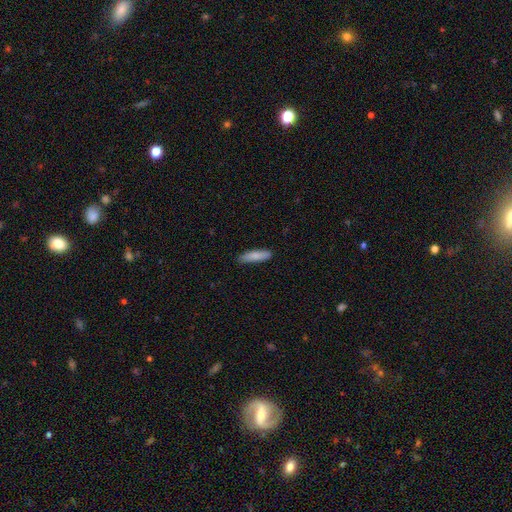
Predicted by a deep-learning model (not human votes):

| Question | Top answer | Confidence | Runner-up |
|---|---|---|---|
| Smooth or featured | smooth | 85% | featured or disk (9%) |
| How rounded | cigar-shaped | 69% | in between (30%) |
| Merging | none | 87% | minor disturbance (10%) |